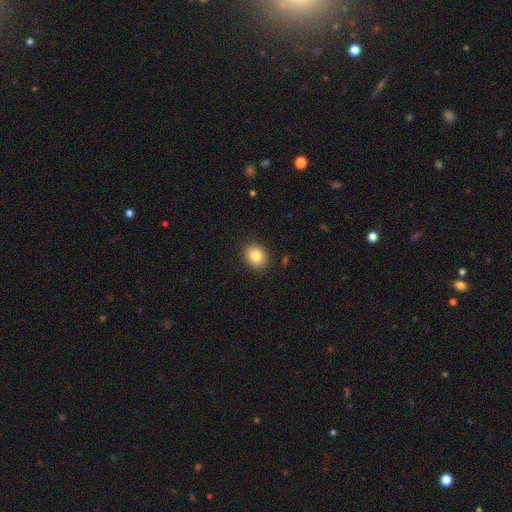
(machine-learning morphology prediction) Smooth or featured? smooth (85%)
How rounded? round (53%)
Merging? none (89%)